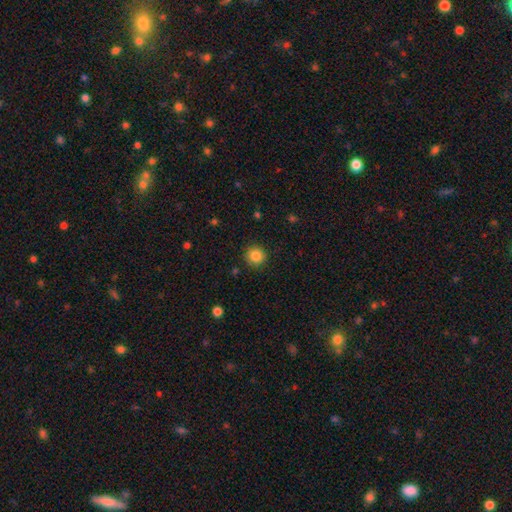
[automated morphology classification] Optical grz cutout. It shows a smooth galaxy with no disk features (86%) that is round (93%). Merging: none (90%).